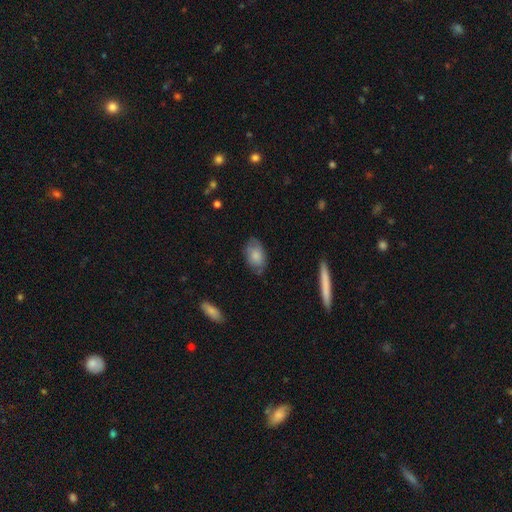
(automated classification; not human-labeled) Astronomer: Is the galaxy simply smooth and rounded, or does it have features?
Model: smooth — 79%.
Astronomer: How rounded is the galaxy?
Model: in between — 89%.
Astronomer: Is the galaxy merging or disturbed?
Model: none — 72%.